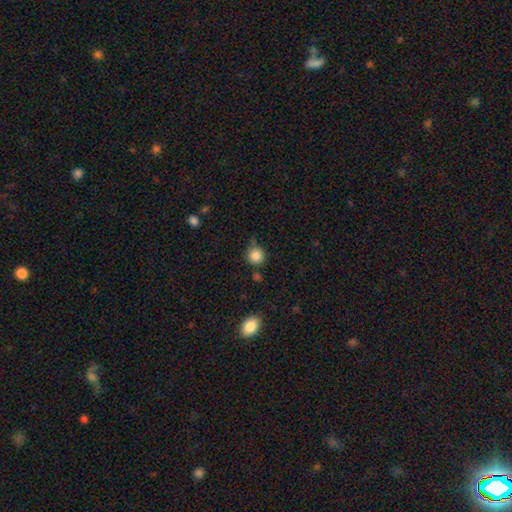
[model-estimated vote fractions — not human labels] smooth_or_featured: smooth (p=0.84) [alt: star or artifact p=0.11]
how_rounded: round (p=0.91) [alt: in between p=0.08]
merging: none (p=0.72) [alt: minor disturbance p=0.18]